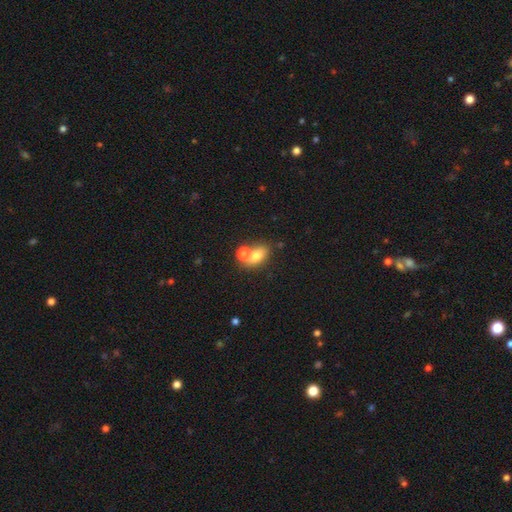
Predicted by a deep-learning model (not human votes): A smooth galaxy with no disk features (72%) that is in between round and cigar-shaped (74%).

Vote fractions:
- Smooth or featured? smooth: 72% / featured or disk: 16% / star or artifact: 11%
- How rounded? in between: 74% / round: 23% / cigar-shaped: 3%
- Merging? none: 44% / merger: 41% / minor disturbance: 10% / major disturbance: 4%